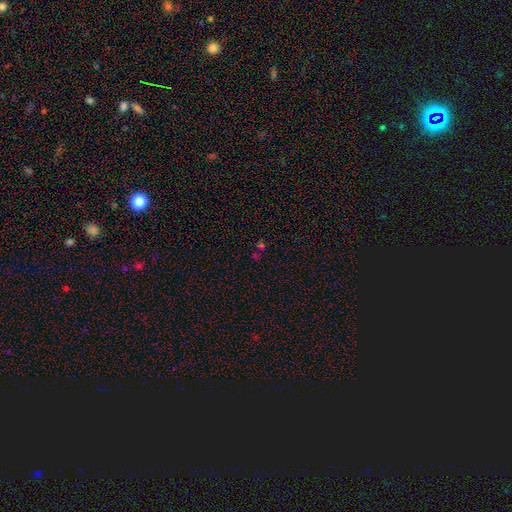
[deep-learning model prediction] Overall: star or artifact (53%; smooth 36%).